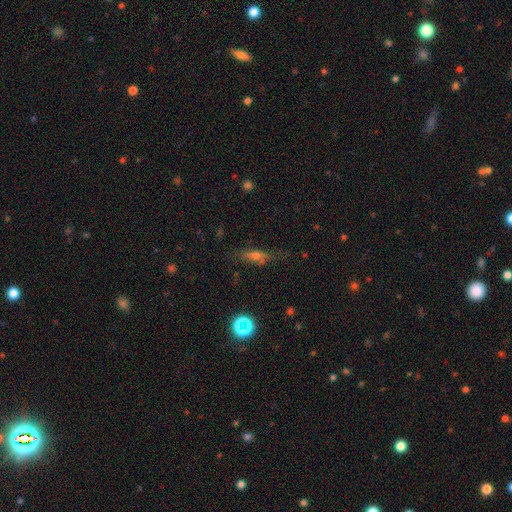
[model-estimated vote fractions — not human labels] A smooth galaxy with no disk features (43%).

Vote fractions:
- Smooth or featured? smooth: 43% / featured or disk: 39% / star or artifact: 18%
- Merging? none: 72% / minor disturbance: 18% / major disturbance: 7% / merger: 3%